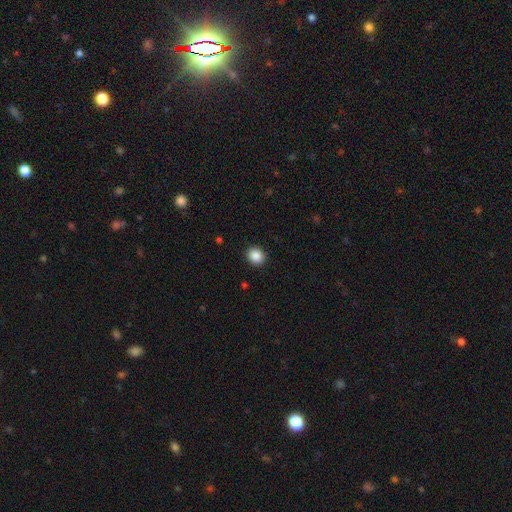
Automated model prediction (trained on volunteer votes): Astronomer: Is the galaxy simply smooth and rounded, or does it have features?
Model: smooth — 88%.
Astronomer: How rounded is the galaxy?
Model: round — 79%.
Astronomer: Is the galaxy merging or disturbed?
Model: none — 92%.